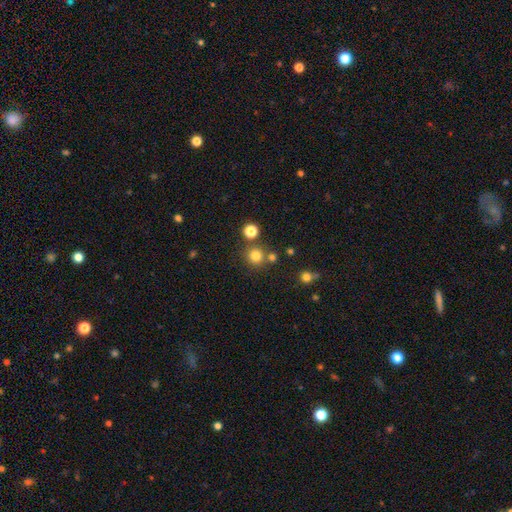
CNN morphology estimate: Q: Smooth or featured?
A: smooth (78%); runner-up: star or artifact (16%)
Q: How rounded?
A: round (93%); runner-up: in between (6%)
Q: Merging?
A: none (78%); runner-up: merger (12%)